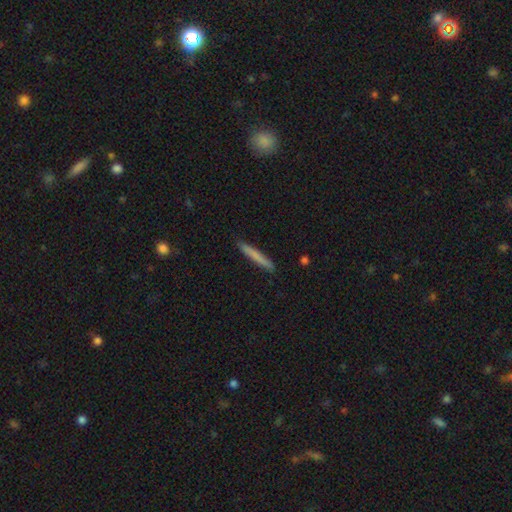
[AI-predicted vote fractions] This is likely a smooth galaxy (74%). How rounded: clearly cigar-shaped (96%). Merging: clearly none (90%).